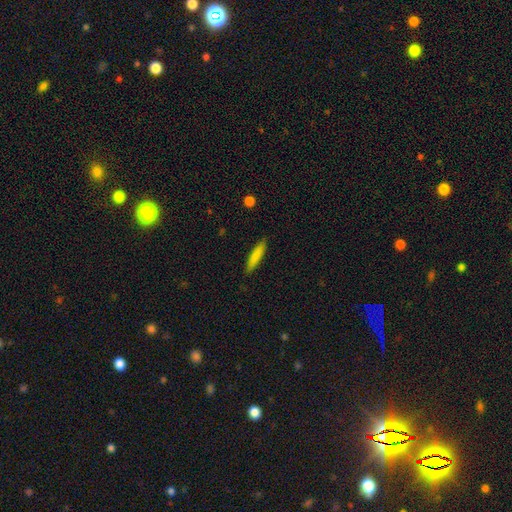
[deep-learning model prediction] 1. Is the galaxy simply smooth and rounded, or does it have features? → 81% smooth, 13% featured or disk, 6% star or artifact.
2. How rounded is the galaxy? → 88% cigar-shaped, 11% in between, 1% round.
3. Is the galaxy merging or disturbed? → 88% none, 9% minor disturbance, 2% major disturbance, 1% merger.